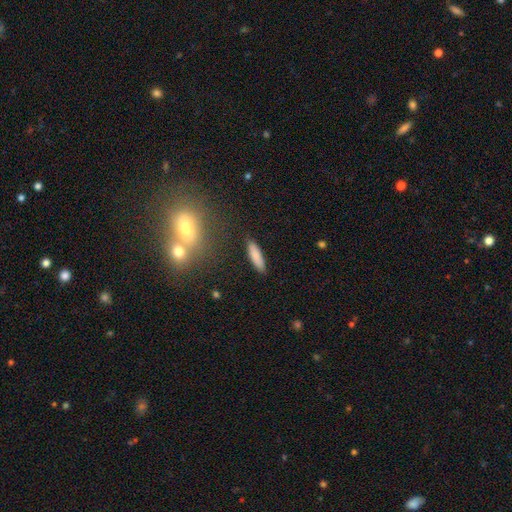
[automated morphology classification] This is clearly a smooth galaxy (84%). How rounded: likely cigar-shaped (65%). Merging: clearly none (88%).